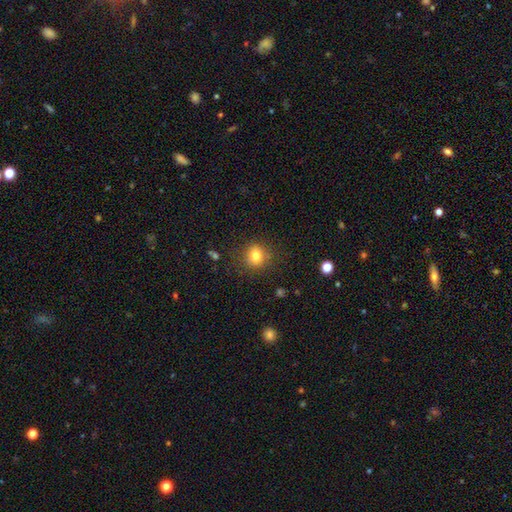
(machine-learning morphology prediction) The model was most divided on "how rounded": round: 78%, in between: 21%, cigar-shaped: 1%. More confident: merging — none (84%); smooth or featured — smooth (80%).